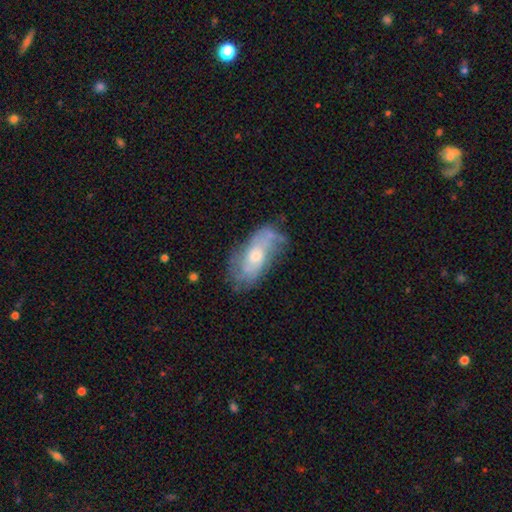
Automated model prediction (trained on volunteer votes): A featured or disk galaxy (63%) with no bar (72%), spiral arms (75%) and a moderate central bulge (55%). Merging: none (57%).